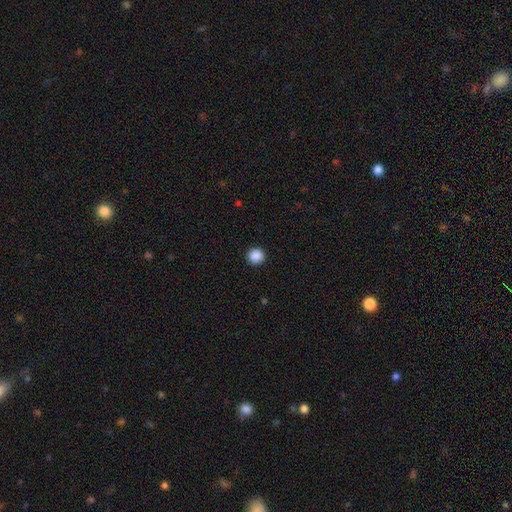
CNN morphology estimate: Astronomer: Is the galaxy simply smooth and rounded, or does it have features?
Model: smooth — 88%.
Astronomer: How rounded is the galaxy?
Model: round — 96%.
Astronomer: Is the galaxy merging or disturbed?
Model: none — 93%.